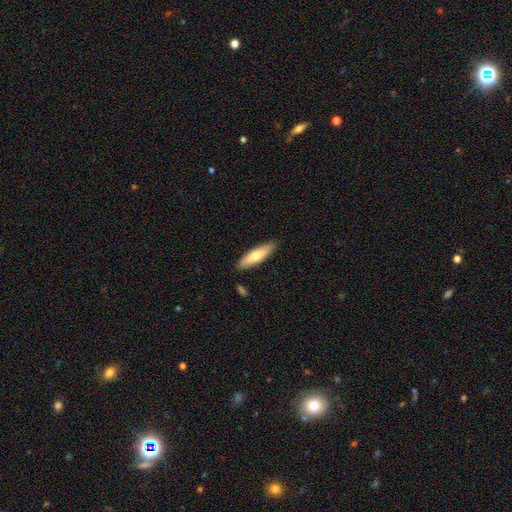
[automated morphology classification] smooth-or-featured: smooth: 63% | featured or disk: 31% | star or artifact: 6%
  how-rounded: cigar-shaped: 59% | in between: 39% | round: 2%
  merging: none: 87% | minor disturbance: 9% | major disturbance: 2% | merger: 2%